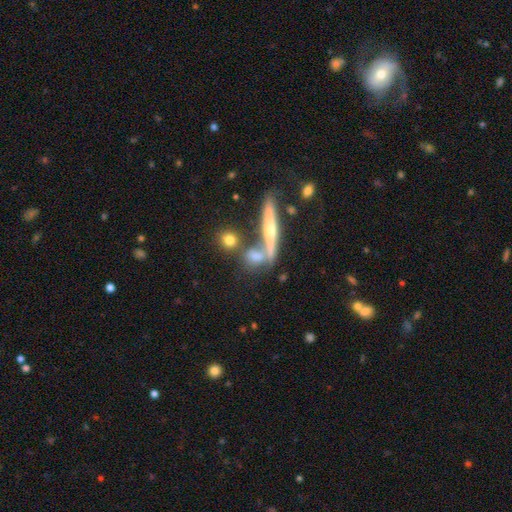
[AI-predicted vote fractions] smooth-or-featured: smooth: 59% | featured or disk: 29% | star or artifact: 12%
  how-rounded: cigar-shaped: 39% | in between: 33% | round: 28%
  merging: none: 53% | merger: 27% | minor disturbance: 13% | major disturbance: 7%